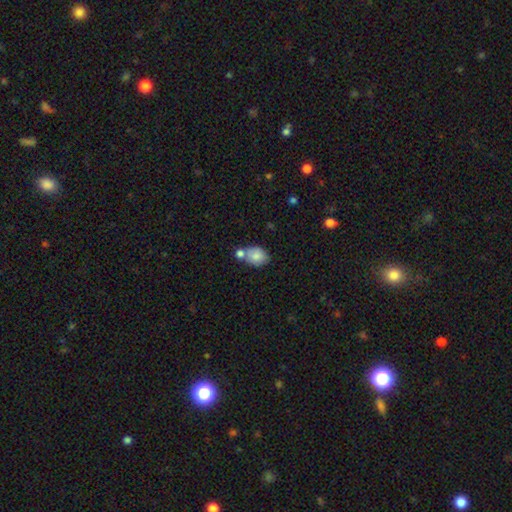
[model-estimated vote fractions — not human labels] Smooth or featured?
  - smooth: 79% *
  - featured or disk: 14%
  - star or artifact: 8%
How rounded?
  - in between: 63% *
  - round: 36%
  - cigar-shaped: 1%
Merging?
  - none: 45% *
  - merger: 36%
  - minor disturbance: 15%
  - major disturbance: 4%